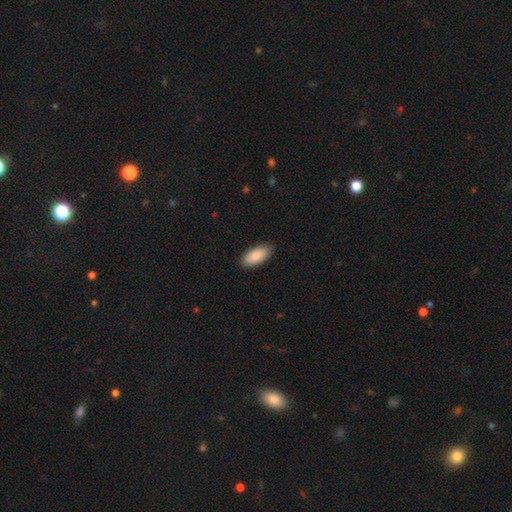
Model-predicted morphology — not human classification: A smooth galaxy with no disk features (89%) that is in between round and cigar-shaped (89%).

Vote fractions:
- Smooth or featured? smooth: 89% / featured or disk: 6% / star or artifact: 6%
- How rounded? in between: 89% / cigar-shaped: 10% / round: 2%
- Merging? none: 88% / minor disturbance: 9% / major disturbance: 2% / merger: 1%